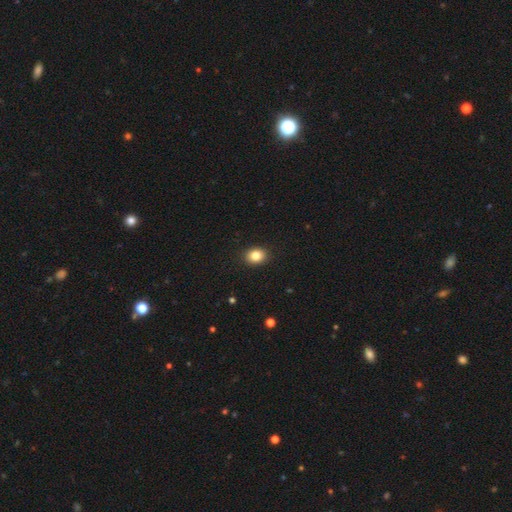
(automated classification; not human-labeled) smooth-or-featured: smooth: 84% | star or artifact: 10% | featured or disk: 6%
  how-rounded: in between: 56% | round: 43% | cigar-shaped: 1%
  merging: none: 90% | minor disturbance: 7% | major disturbance: 2% | merger: 1%